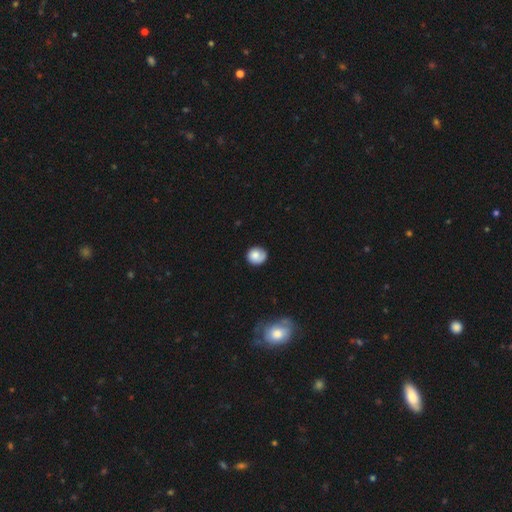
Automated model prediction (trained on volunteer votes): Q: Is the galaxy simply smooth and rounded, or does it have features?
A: smooth — 76%.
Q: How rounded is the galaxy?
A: round — 82%.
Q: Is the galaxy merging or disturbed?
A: none — 70%.